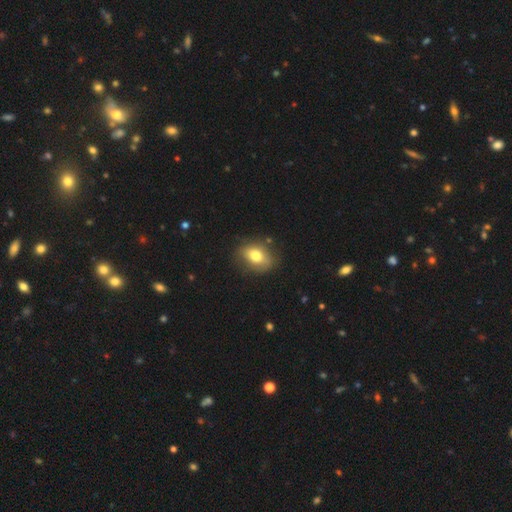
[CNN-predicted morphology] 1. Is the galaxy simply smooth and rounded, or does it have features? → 73% smooth, 19% featured or disk, 9% star or artifact.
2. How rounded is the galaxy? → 70% in between, 28% round, 2% cigar-shaped.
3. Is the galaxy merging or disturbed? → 76% none, 17% minor disturbance, 4% major disturbance, 2% merger.